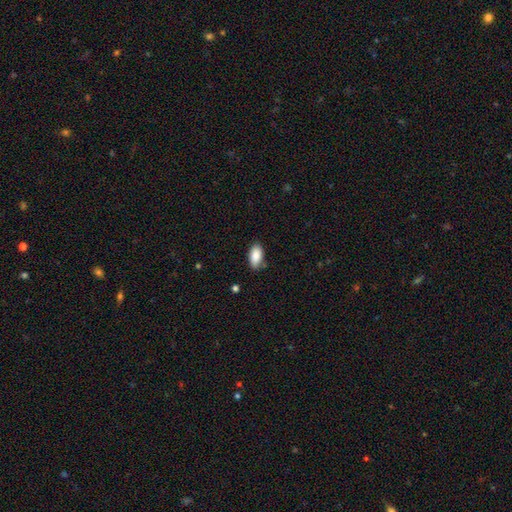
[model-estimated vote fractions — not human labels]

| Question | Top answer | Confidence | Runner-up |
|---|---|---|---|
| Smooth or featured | smooth | 88% | star or artifact (7%) |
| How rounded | in between | 92% | cigar-shaped (5%) |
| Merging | none | 81% | minor disturbance (14%) |